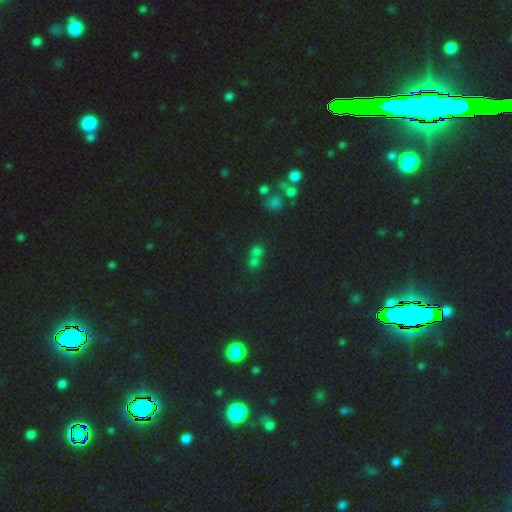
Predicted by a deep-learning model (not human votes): Smooth or featured?
  - smooth: 51% *
  - star or artifact: 38%
  - featured or disk: 11%
How rounded?
  - round: 79% *
  - in between: 19%
  - cigar-shaped: 2%
Merging?
  - merger: 51% *
  - none: 37%
  - minor disturbance: 8%
  - major disturbance: 5%